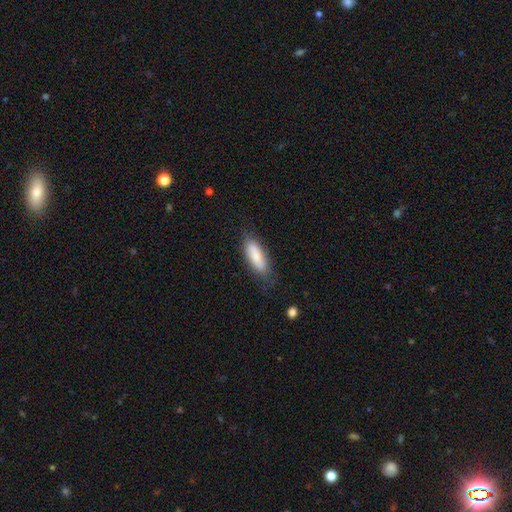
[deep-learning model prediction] This is clearly a smooth galaxy (82%). How rounded: likely in between (63%). Merging: likely none (75%).